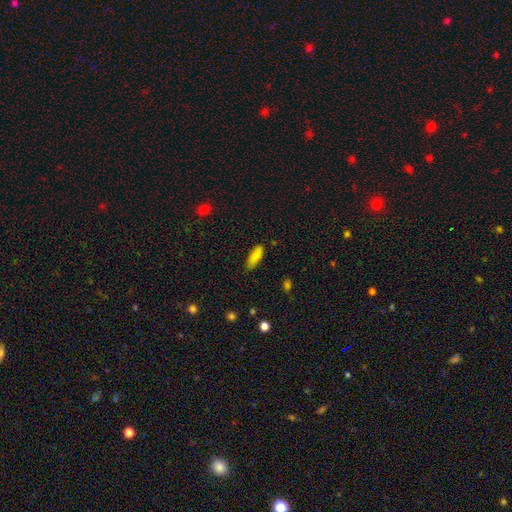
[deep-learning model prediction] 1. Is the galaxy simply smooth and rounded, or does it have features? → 86% smooth, 8% star or artifact, 6% featured or disk.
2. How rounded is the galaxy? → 68% in between, 30% cigar-shaped, 2% round.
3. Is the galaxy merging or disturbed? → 80% none, 16% minor disturbance, 3% major disturbance, 1% merger.